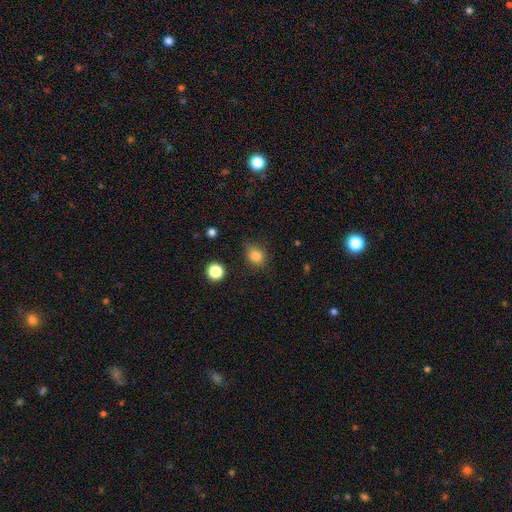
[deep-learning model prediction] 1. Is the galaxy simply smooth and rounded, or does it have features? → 84% smooth, 12% star or artifact, 4% featured or disk.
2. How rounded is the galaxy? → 61% round, 38% in between, 1% cigar-shaped.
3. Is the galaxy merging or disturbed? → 79% none, 15% minor disturbance, 4% major disturbance, 2% merger.